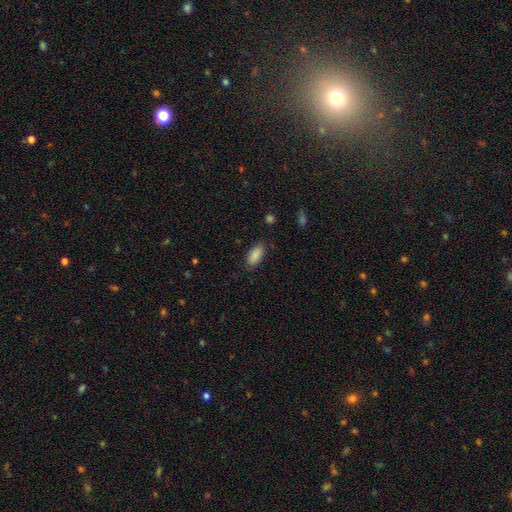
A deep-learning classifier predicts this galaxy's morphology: This is clearly a smooth galaxy (89%). How rounded: clearly in between (89%). Merging: clearly none (84%).